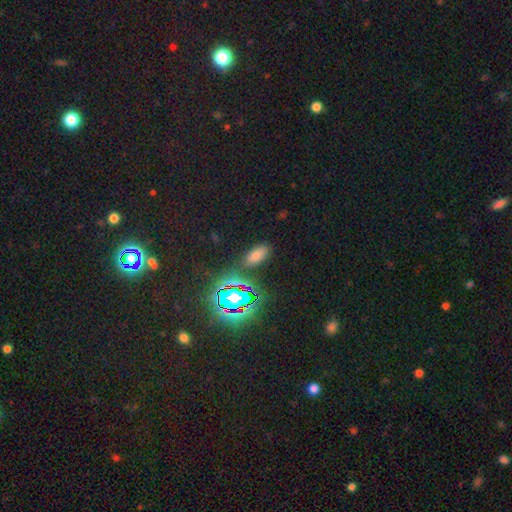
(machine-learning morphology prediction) Smooth or featured? Predicted: smooth (p=0.58). How rounded? Predicted: in between (p=0.86). Merging? Predicted: none (p=0.84).